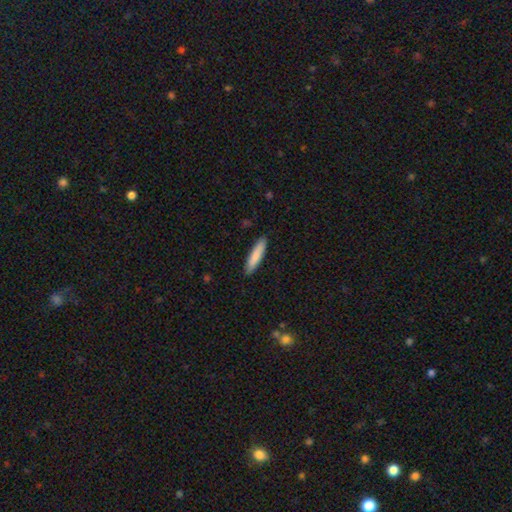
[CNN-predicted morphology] The model was most divided on "how rounded": cigar-shaped: 83%, in between: 16%, round: 1%. More confident: merging — none (89%); smooth or featured — smooth (83%).